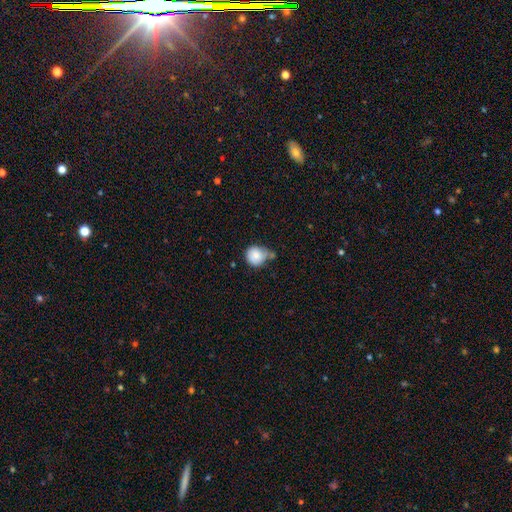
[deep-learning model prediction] Q: Smooth or featured?
A: smooth (82%); runner-up: featured or disk (10%)
Q: How rounded?
A: round (84%); runner-up: in between (15%)
Q: Merging?
A: none (45%); runner-up: minor disturbance (32%)